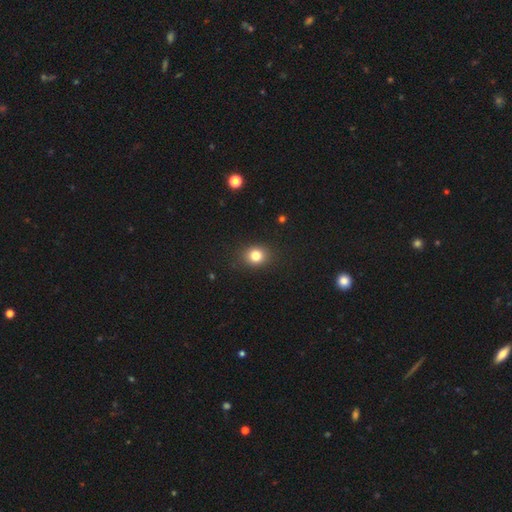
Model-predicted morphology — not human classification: smooth 81%, star or artifact 12%, featured or disk 7%. Down the decision tree: how rounded — round (68%); merging — none (89%).